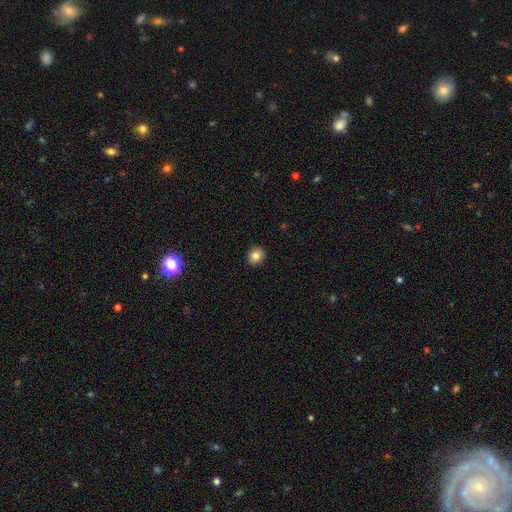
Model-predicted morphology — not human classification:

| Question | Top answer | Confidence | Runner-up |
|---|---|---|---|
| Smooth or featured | smooth | 84% | star or artifact (10%) |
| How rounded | round | 76% | in between (23%) |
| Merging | none | 91% | minor disturbance (6%) |